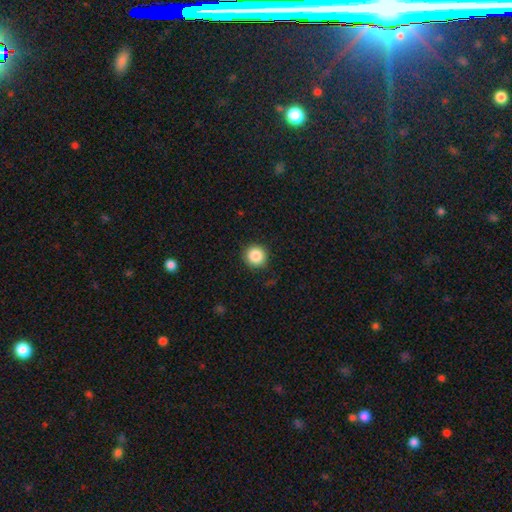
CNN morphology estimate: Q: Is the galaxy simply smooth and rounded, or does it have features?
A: smooth — 86%.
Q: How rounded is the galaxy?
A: round — 95%.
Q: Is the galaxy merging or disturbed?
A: none — 90%.